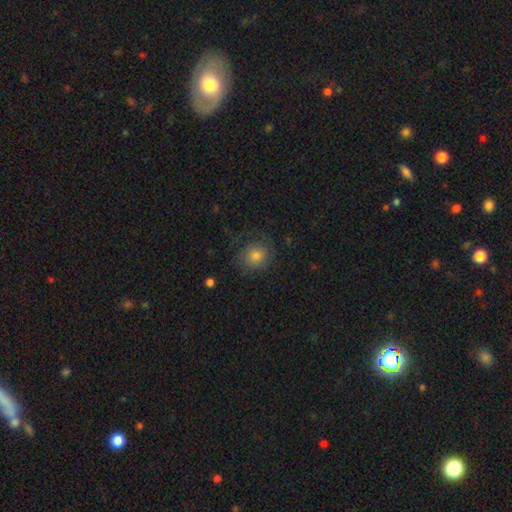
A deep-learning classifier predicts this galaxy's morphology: Smooth or featured? Predicted: smooth (p=0.69). How rounded? Predicted: round (p=0.83). Merging? Predicted: none (p=0.71).